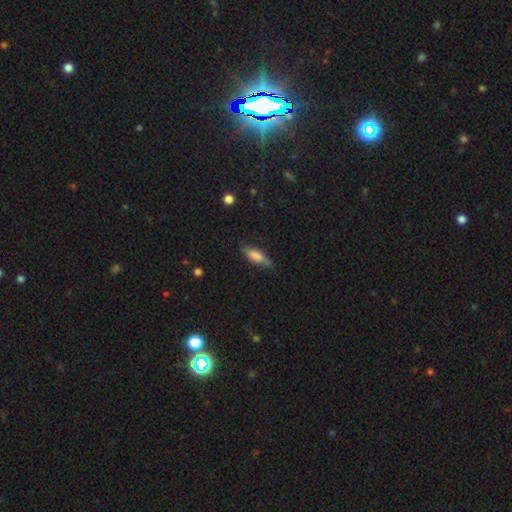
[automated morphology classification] smooth_or_featured: smooth (p=0.70) [alt: featured or disk p=0.23]
how_rounded: cigar-shaped (p=0.54) [alt: in between p=0.44]
merging: none (p=0.80) [alt: minor disturbance p=0.16]